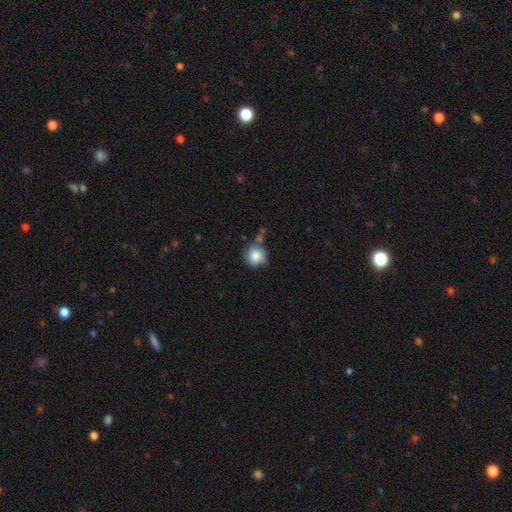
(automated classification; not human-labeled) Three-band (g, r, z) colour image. It shows a smooth galaxy with no disk features (85%) that is round (91%). Merging: none (65%).